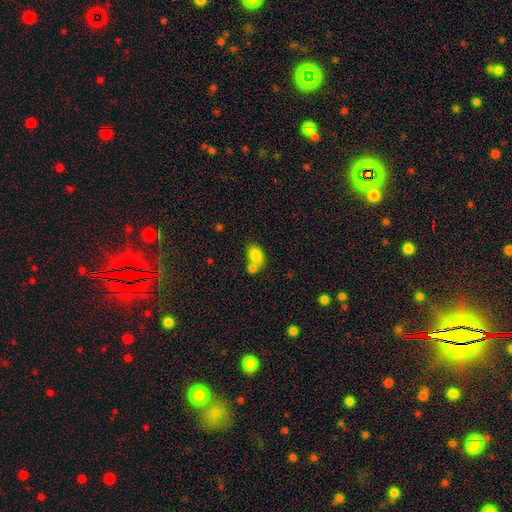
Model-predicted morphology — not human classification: smooth 83%, star or artifact 9%, featured or disk 8%. Down the decision tree: how rounded — in between (81%); merging — merger (46%).